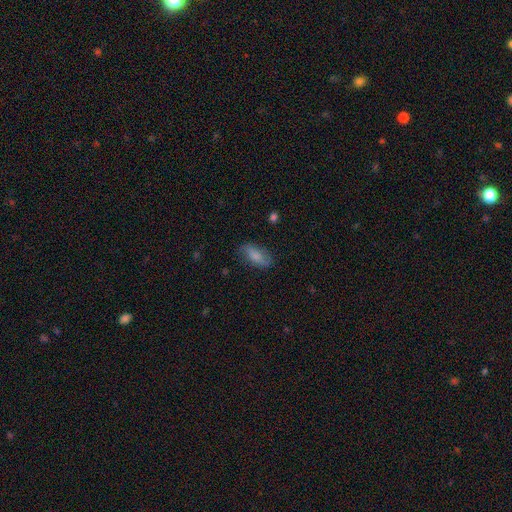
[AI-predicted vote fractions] Smooth or featured? smooth (72%)
How rounded? in between (81%)
Merging? none (73%)